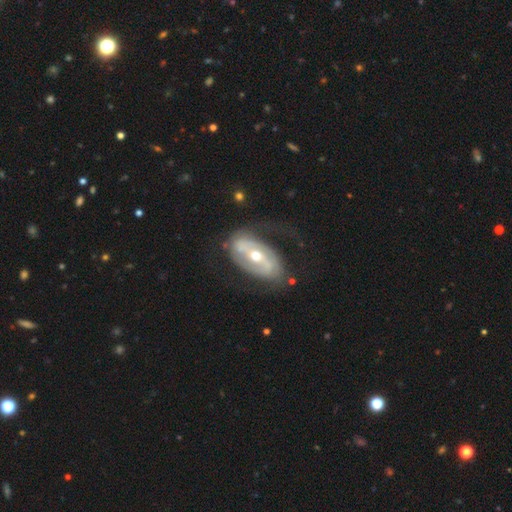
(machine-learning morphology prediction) The model was most divided on "spiral winding": medium: 38%, tight: 31%, loose: 31%. Remaining: edge-on disk — no (93%); smooth or featured — featured or disk (80%); spiral arms — yes (79%); spiral arm count — 2 (72%); bulge size — moderate (58%); merging — none (54%); bar — strong (43%).